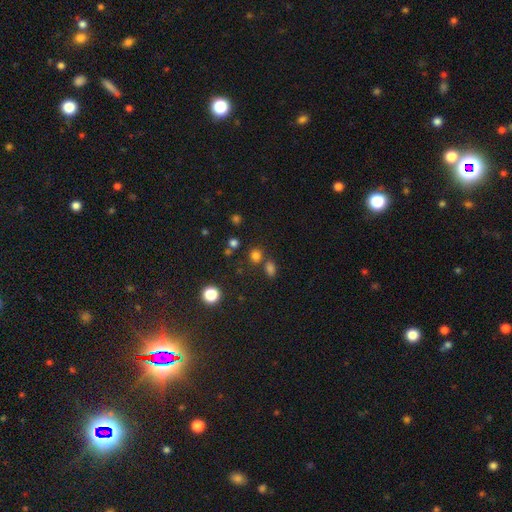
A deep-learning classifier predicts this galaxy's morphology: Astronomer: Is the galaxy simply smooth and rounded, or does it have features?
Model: smooth — 74%.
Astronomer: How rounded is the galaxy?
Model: round — 78%.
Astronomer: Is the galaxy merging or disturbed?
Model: none — 69%.